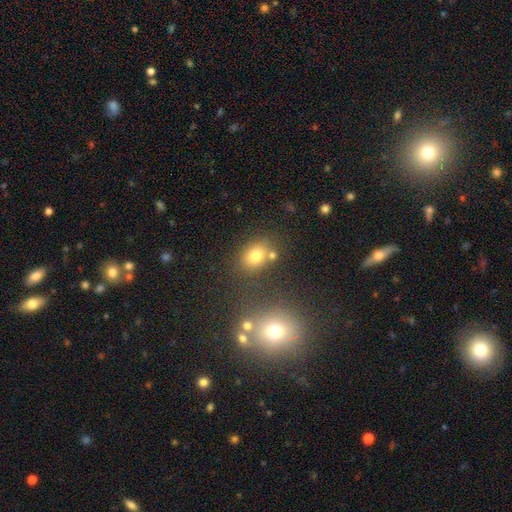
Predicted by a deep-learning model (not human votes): Overall: smooth (75%). How rounded: in between (59%; round 40%). Merging: none (68%).